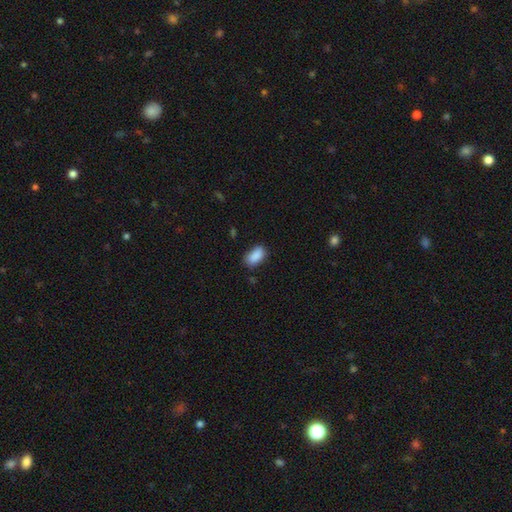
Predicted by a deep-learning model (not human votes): Q: Smooth or featured?
A: smooth (89%); runner-up: star or artifact (8%)
Q: How rounded?
A: in between (92%); runner-up: round (4%)
Q: Merging?
A: none (79%); runner-up: minor disturbance (16%)